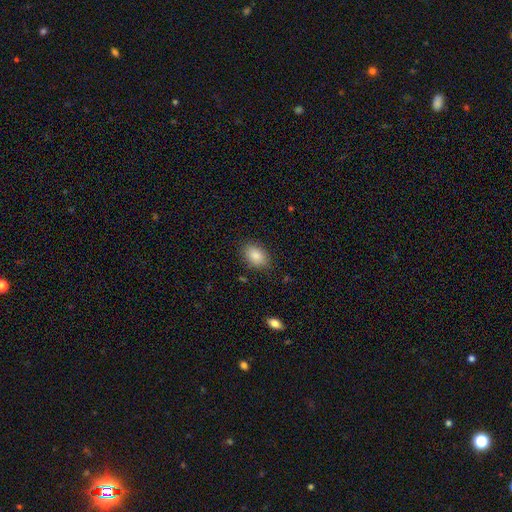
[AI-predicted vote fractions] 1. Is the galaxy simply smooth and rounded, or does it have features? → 86% smooth, 8% star or artifact, 6% featured or disk.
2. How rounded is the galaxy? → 84% in between, 15% round, 1% cigar-shaped.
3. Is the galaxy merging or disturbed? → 84% none, 12% minor disturbance, 3% major disturbance, 1% merger.